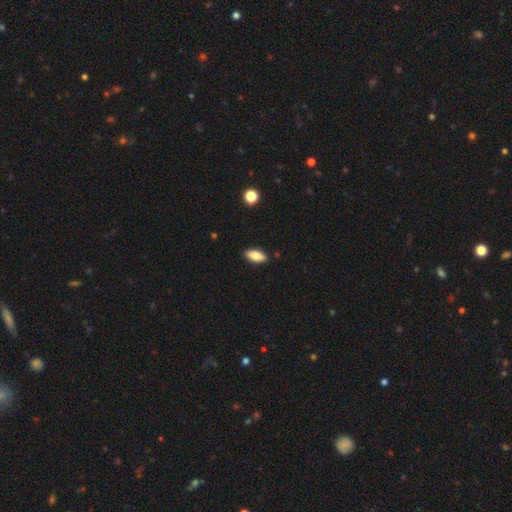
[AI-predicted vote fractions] Smooth or featured? Predicted: smooth (p=0.82). How rounded? Predicted: in between (p=0.84). Merging? Predicted: none (p=0.88).